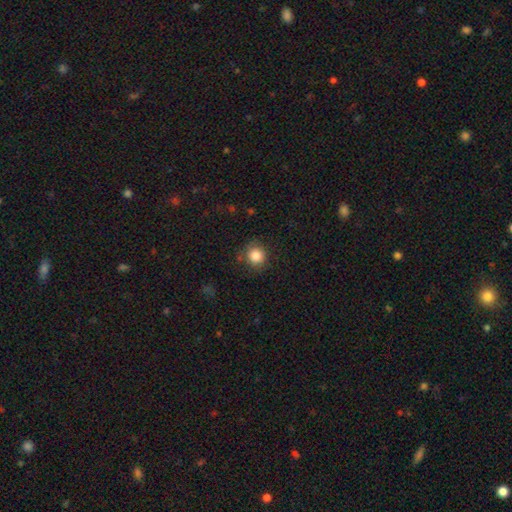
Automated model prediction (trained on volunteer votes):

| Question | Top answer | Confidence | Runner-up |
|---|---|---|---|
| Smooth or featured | smooth | 85% | star or artifact (10%) |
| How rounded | round | 91% | in between (8%) |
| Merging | none | 84% | minor disturbance (11%) |